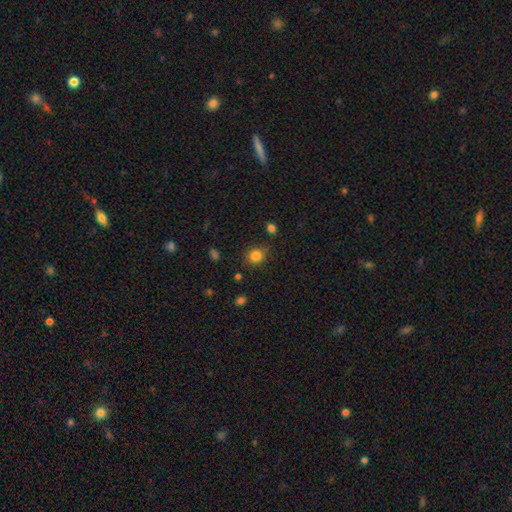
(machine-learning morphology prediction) smooth_or_featured: smooth (p=0.83) [alt: star or artifact p=0.12]
how_rounded: round (p=0.72) [alt: in between p=0.27]
merging: none (p=0.75) [alt: minor disturbance p=0.18]